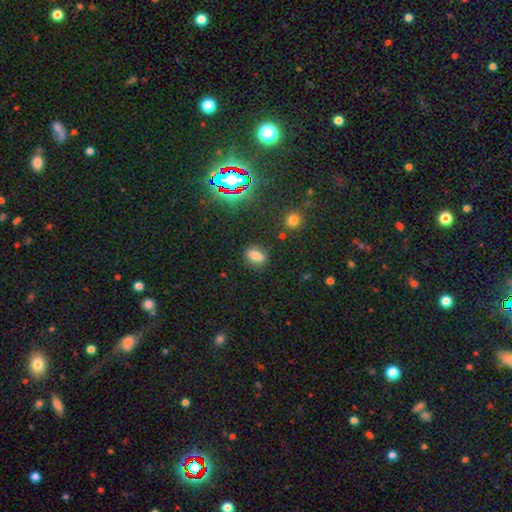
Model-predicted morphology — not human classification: A smooth galaxy with no disk features (71%) that is in between round and cigar-shaped (70%). Merging: none (83%).